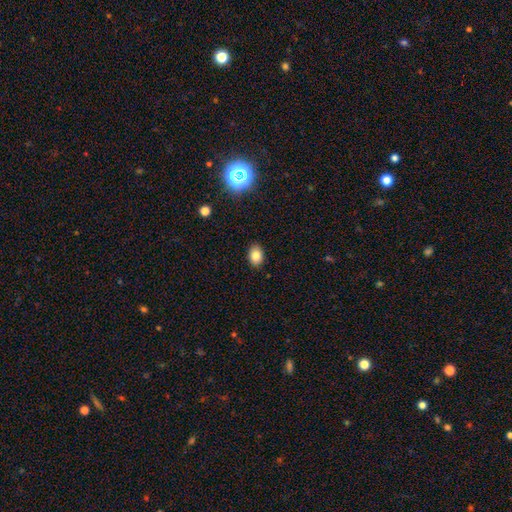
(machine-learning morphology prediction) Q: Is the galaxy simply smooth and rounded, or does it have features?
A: smooth — 83%.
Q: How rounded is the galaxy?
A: in between — 78%.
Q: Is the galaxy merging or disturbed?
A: none — 88%.